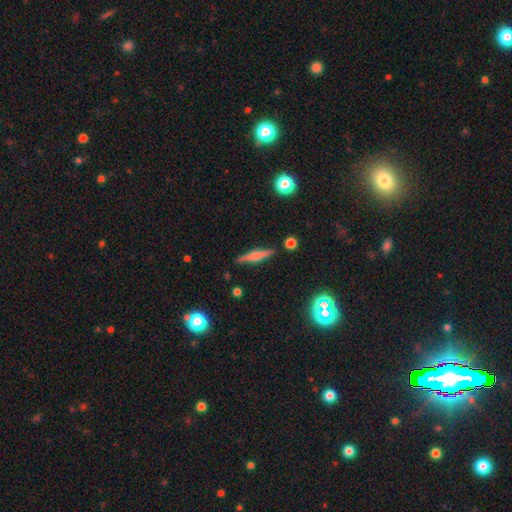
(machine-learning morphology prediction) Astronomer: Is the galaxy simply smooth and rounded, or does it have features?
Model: featured or disk — 47% (runner-up: smooth, 45%).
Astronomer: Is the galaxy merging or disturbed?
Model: none — 87%.